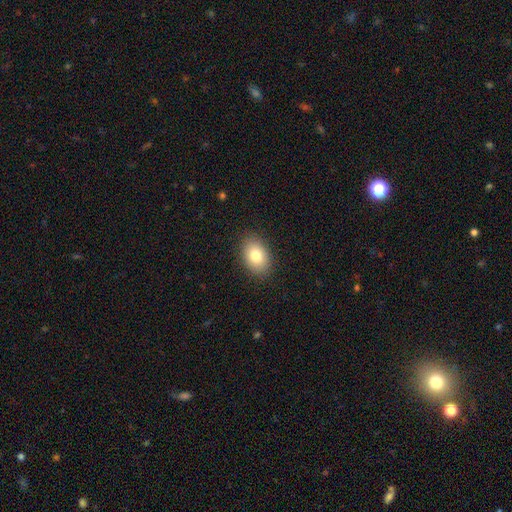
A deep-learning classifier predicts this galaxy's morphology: The model was most divided on "how rounded": in between: 81%, round: 18%, cigar-shaped: 1%. More confident: merging — none (89%); smooth or featured — smooth (81%).